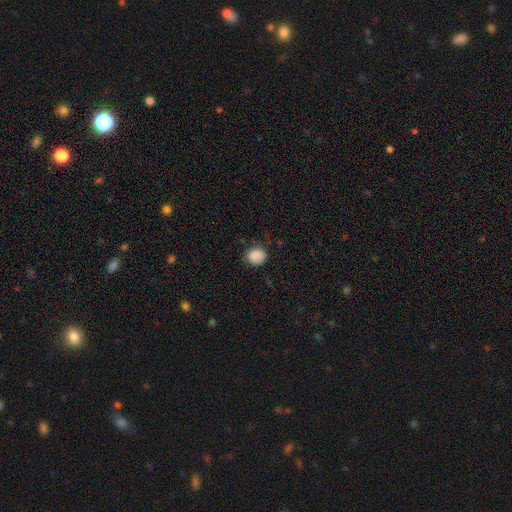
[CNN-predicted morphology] This appears to be a smooth galaxy with no disk features (87%) that is round (77%). Merging: none (74%).